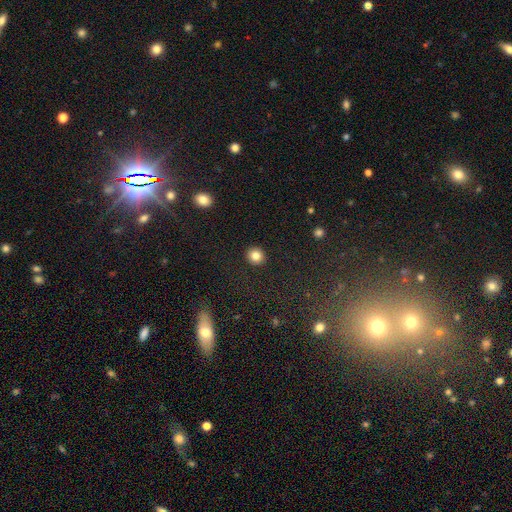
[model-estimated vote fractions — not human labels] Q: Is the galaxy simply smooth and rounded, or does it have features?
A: smooth — 83%.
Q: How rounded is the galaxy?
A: round — 89%.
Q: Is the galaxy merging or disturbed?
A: none — 92%.